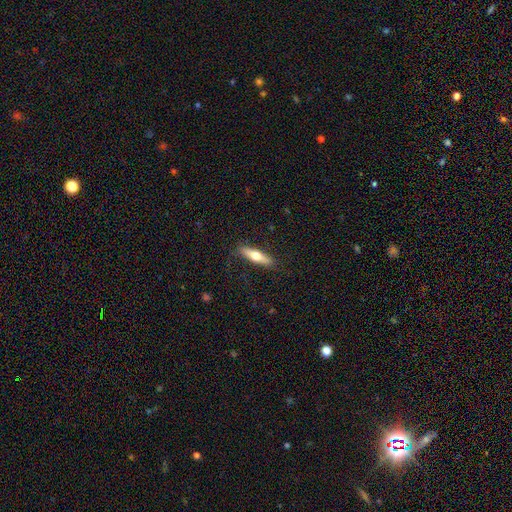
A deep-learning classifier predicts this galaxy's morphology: Q: Smooth or featured?
A: smooth (55%); runner-up: featured or disk (40%)
Q: How rounded?
A: cigar-shaped (74%); runner-up: in between (24%)
Q: Merging?
A: none (86%); runner-up: minor disturbance (10%)